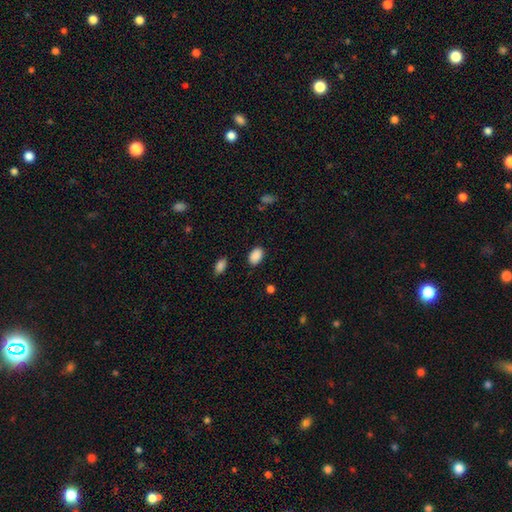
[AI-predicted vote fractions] Overall: smooth (89%). How rounded: in between (86%). Merging: none (85%).